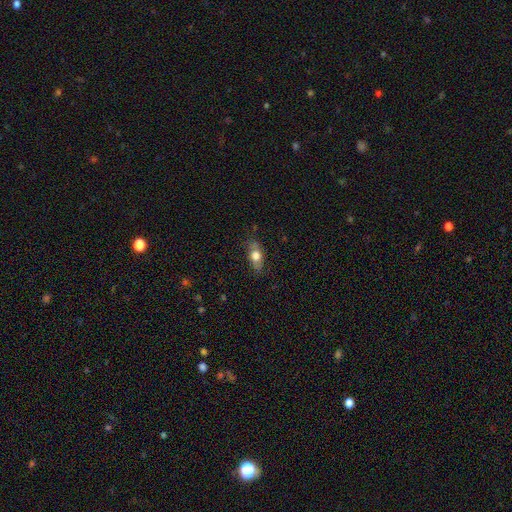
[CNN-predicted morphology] A smooth galaxy with no disk features (67%) that is in between round and cigar-shaped (77%).

Vote fractions:
- Smooth or featured? smooth: 67% / featured or disk: 26% / star or artifact: 8%
- How rounded? in between: 77% / cigar-shaped: 14% / round: 9%
- Merging? none: 78% / minor disturbance: 17% / major disturbance: 4% / merger: 1%